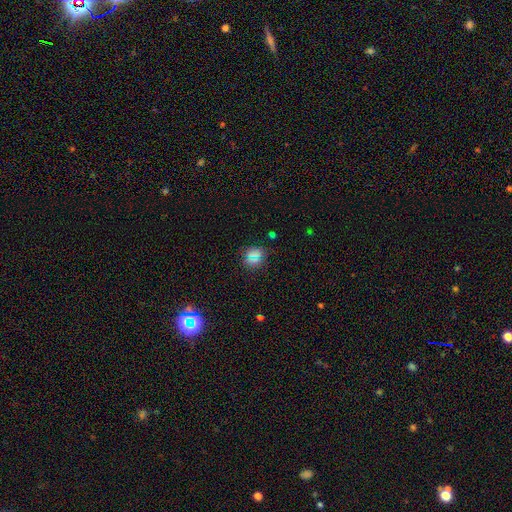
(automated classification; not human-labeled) Smooth or featured? Predicted: smooth (p=0.63). How rounded? Predicted: round (p=0.79). Merging? Predicted: none (p=0.83).